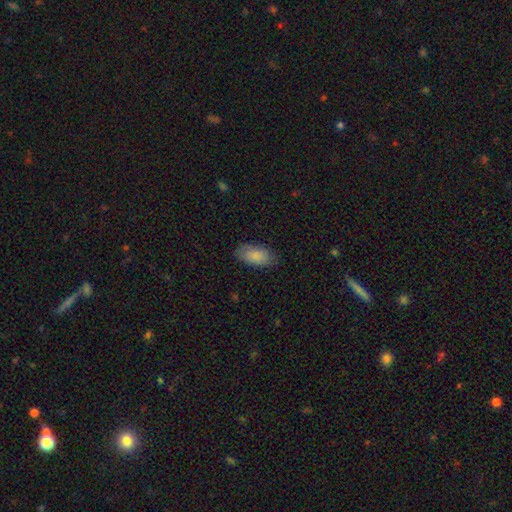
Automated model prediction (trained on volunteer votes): Smooth or featured: smooth — 87% (featured or disk — 7%)
How rounded: in between — 94% (cigar-shaped — 4%)
Merging: none — 80% (minor disturbance — 15%)